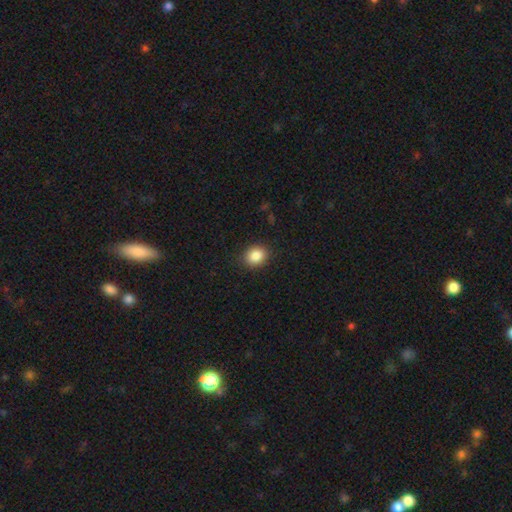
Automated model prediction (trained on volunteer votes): Overall: smooth (86%). How rounded: round (58%; in between 41%). Merging: none (89%).